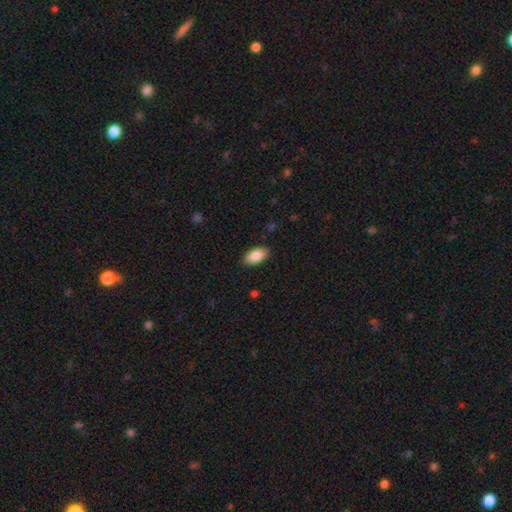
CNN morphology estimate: A smooth galaxy with no disk features (88%) that is in between round and cigar-shaped (94%). Merging: none (88%).